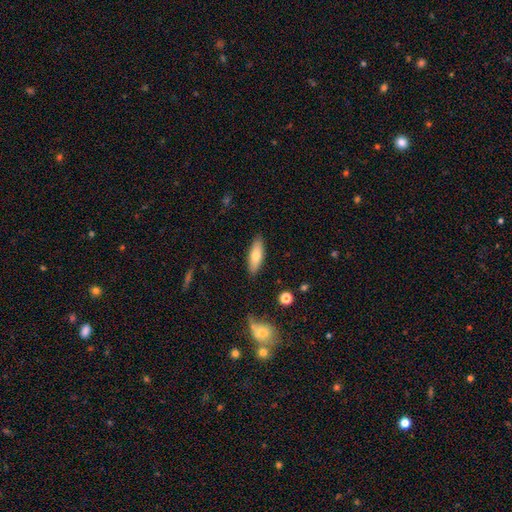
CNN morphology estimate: A smooth galaxy with no disk features (73%) that is in between round and cigar-shaped (61%). Merging: none (87%).